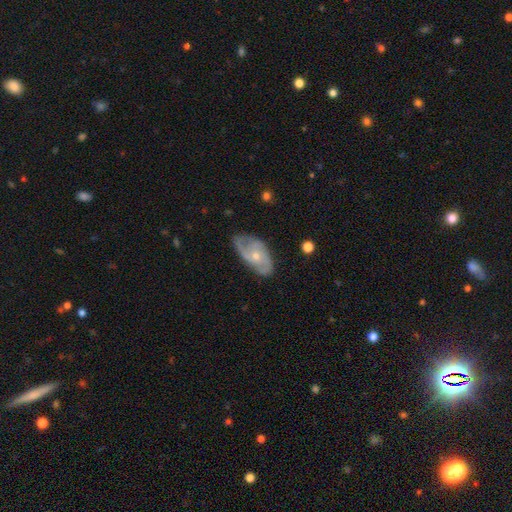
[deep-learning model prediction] smooth-or-featured: featured or disk: 72% | smooth: 22% | star or artifact: 6%
  disk-edge-on: no: 94% | yes: 6%
    bar: no: 74% | weak: 22% | strong: 3%
    has-spiral-arms: yes: 89% | no: 11%
      spiral-winding: medium: 46% | tight: 32% | loose: 22%
      spiral-arm-count: 2: 55% | can't tell: 20% | 3: 15% | 1: 4% | 4: 3% | more than 4: 2%
    bulge-size: small: 61% | moderate: 36% | none: 2% | large: 1% | dominant: 1%
  merging: none: 66% | minor disturbance: 25% | major disturbance: 8% | merger: 2%